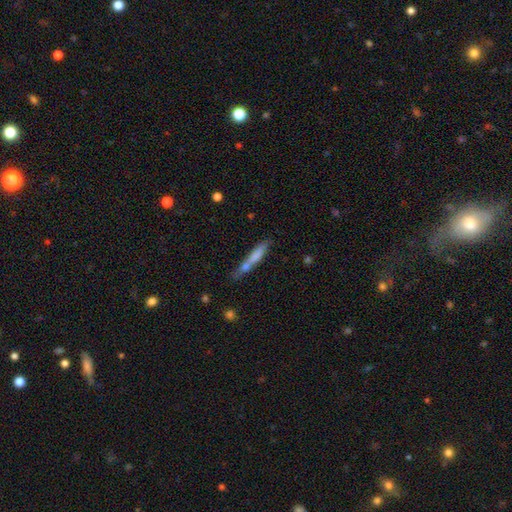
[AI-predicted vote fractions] smooth-or-featured: smooth: 67% | featured or disk: 26% | star or artifact: 7%
  how-rounded: cigar-shaped: 87% | in between: 11% | round: 2%
  merging: none: 47% | merger: 28% | minor disturbance: 18% | major disturbance: 7%